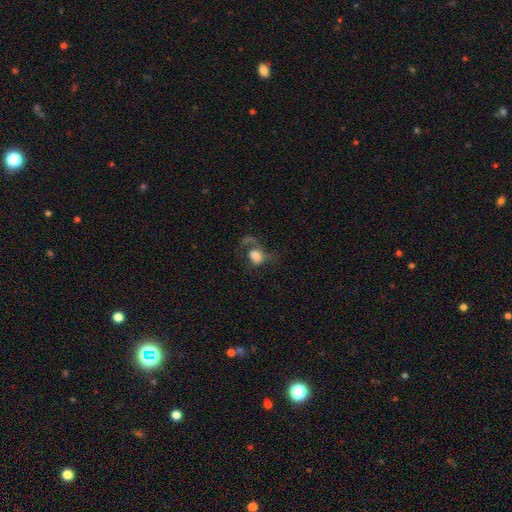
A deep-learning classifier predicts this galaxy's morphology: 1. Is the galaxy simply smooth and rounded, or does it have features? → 51% smooth, 38% featured or disk, 11% star or artifact.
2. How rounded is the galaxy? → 55% in between, 44% round, 2% cigar-shaped.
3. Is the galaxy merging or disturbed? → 51% major disturbance, 28% none, 15% minor disturbance, 6% merger.